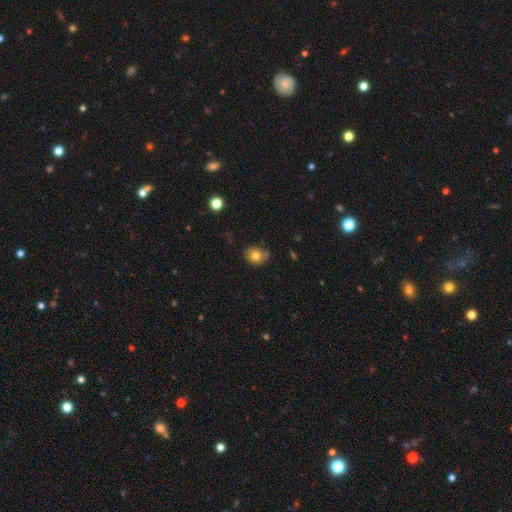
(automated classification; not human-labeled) smooth 76%, featured or disk 13%, star or artifact 11%. Down the decision tree: how rounded — round (63%); merging — none (69%).